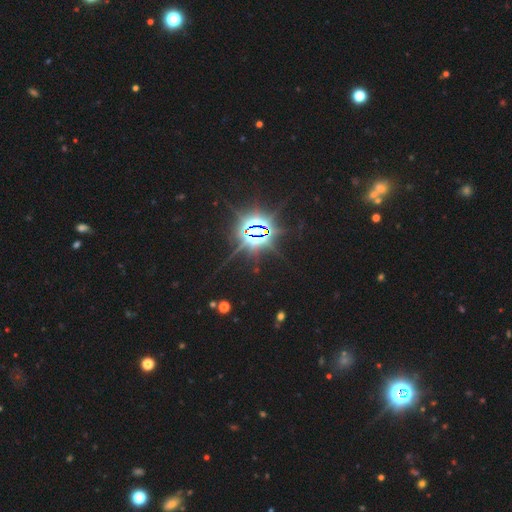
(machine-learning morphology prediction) Overall: star or artifact (83%).